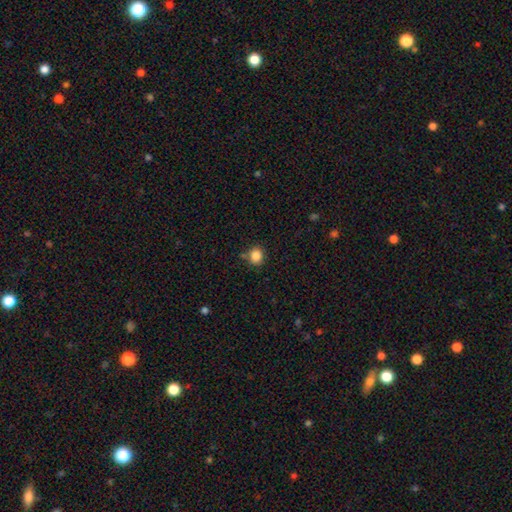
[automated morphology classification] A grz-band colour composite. It shows a smooth galaxy with no disk features (85%) that is round (80%). Merging: none (75%).